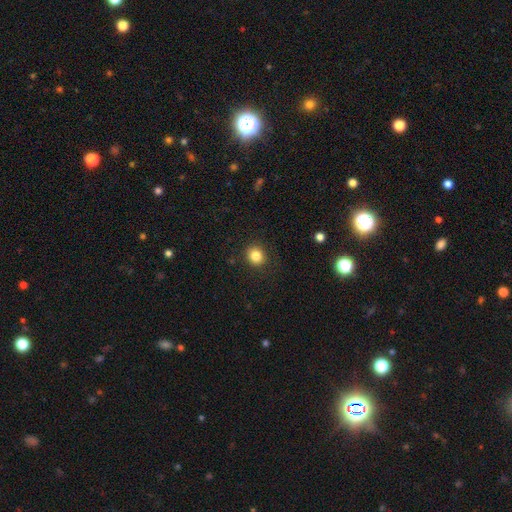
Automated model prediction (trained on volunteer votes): Smooth or featured? Predicted: smooth (p=0.84). How rounded? Predicted: round (p=0.83). Merging? Predicted: none (p=0.89).